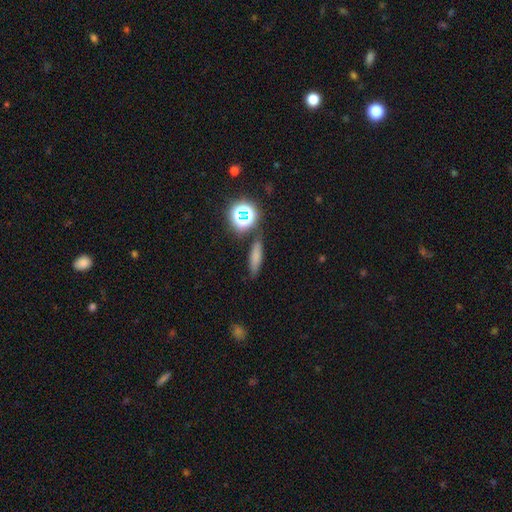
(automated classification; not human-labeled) Smooth or featured? Predicted: smooth (p=0.69). How rounded? Predicted: cigar-shaped (p=0.66). Merging? Predicted: none (p=0.80).